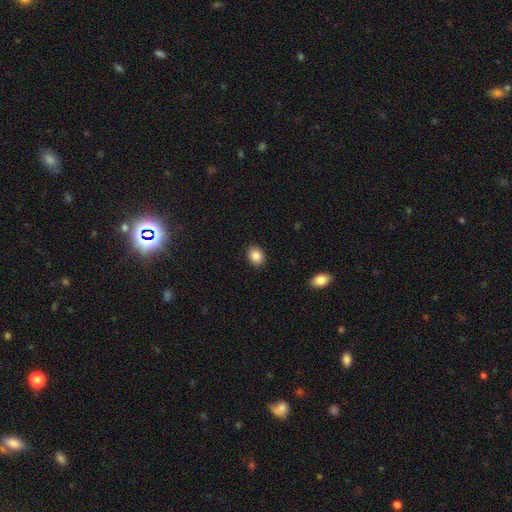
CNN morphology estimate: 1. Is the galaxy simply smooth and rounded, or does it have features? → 88% smooth, 8% star or artifact, 4% featured or disk.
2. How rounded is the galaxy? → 52% in between, 48% round, 1% cigar-shaped.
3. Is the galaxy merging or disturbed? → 90% none, 7% minor disturbance, 2% major disturbance, 1% merger.